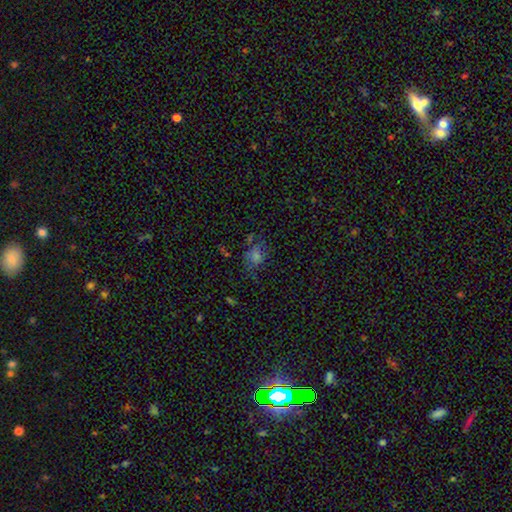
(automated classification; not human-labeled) This is possibly a smooth galaxy (54%). How rounded: possibly round (52%). Merging: likely none (63%).